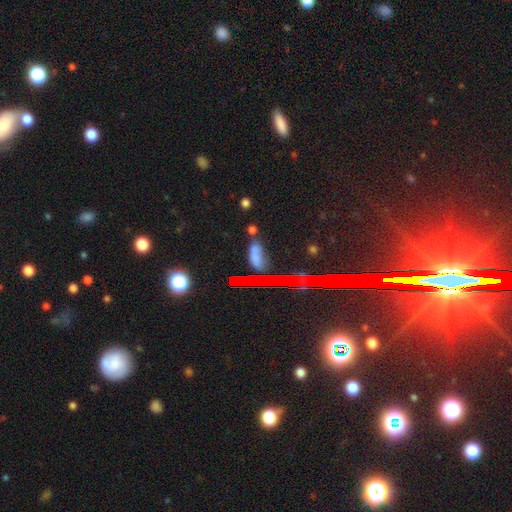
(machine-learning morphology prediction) Overall: smooth (60%; star or artifact 26%). How rounded: in between (64%; cigar-shaped 25%). Merging: none (59%; minor disturbance 20%).